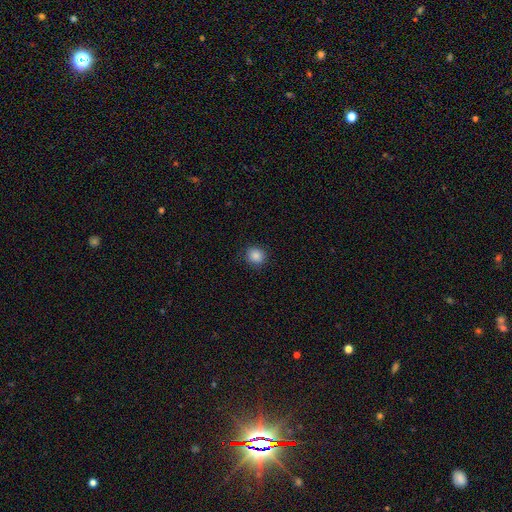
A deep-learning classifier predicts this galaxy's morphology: This appears to be a smooth galaxy with no disk features (85%) that is round (85%). Merging: none (88%).